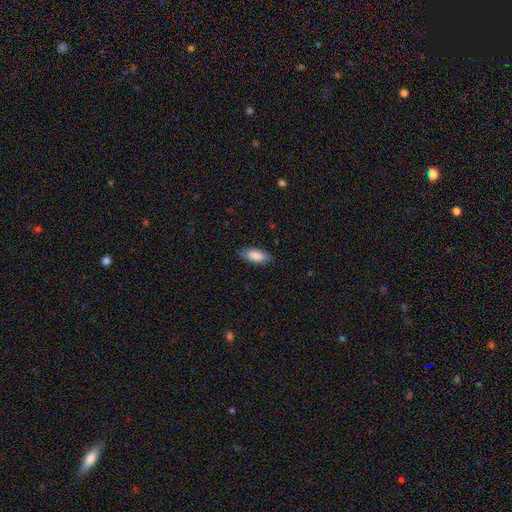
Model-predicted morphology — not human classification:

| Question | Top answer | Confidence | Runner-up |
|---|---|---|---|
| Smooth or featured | smooth | 86% | featured or disk (8%) |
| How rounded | in between | 80% | cigar-shaped (18%) |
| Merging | none | 84% | minor disturbance (13%) |